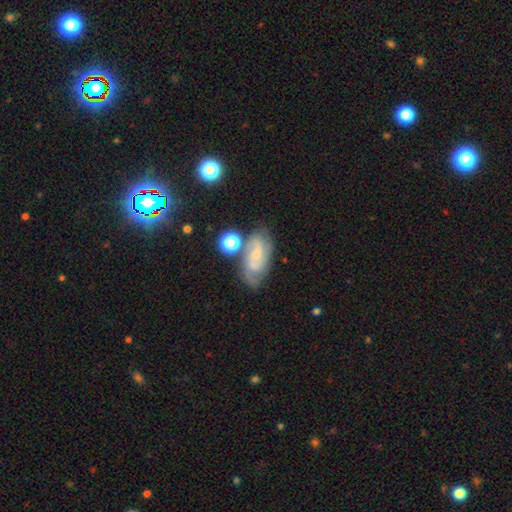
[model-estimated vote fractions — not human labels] A featured or disk galaxy (67%) with no bar (47%), 2 (55%) medium (45%) spiral arms (90%) and a small central bulge (58%). Merging: none (60%).